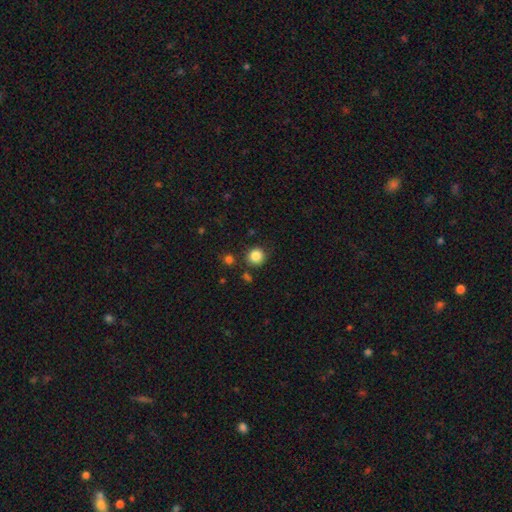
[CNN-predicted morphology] The model was most divided on "merging": none: 83%, minor disturbance: 9%, merger: 4%, major disturbance: 3%. More confident: how rounded — round (90%); smooth or featured — smooth (85%).